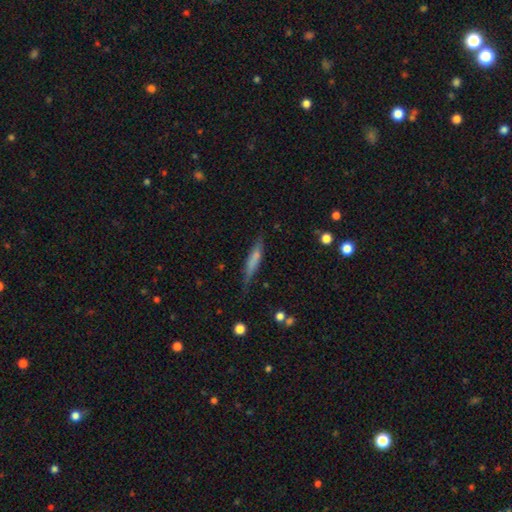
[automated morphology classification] smooth-or-featured: smooth: 55% | featured or disk: 36% | star or artifact: 9%
  how-rounded: cigar-shaped: 90% | in between: 8% | round: 2%
  merging: none: 74% | minor disturbance: 19% | major disturbance: 4% | merger: 2%